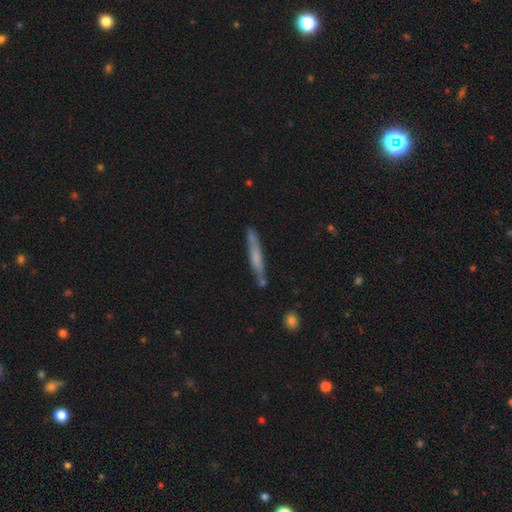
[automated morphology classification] Overall: smooth (51%; featured or disk 43%). How rounded: cigar-shaped (95%). Merging: none (80%).